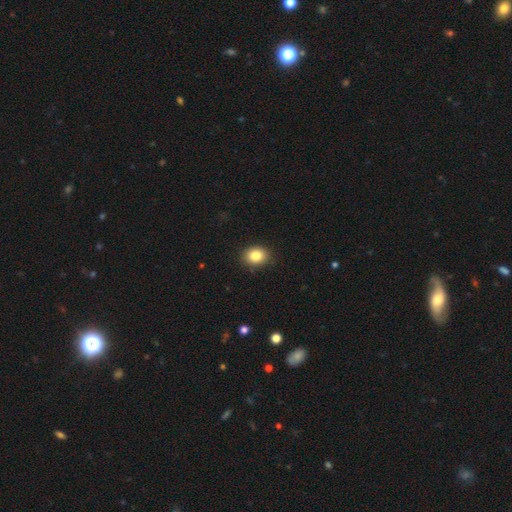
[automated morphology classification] A smooth galaxy with no disk features (85%) that is in between round and cigar-shaped (58%). Merging: none (88%).